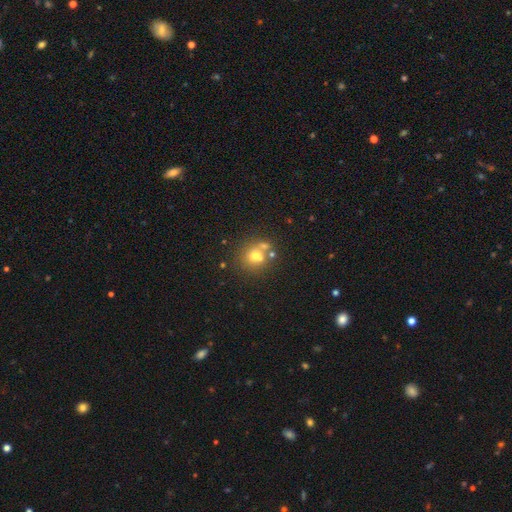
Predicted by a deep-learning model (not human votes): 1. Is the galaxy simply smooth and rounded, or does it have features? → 64% smooth, 20% featured or disk, 16% star or artifact.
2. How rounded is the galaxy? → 83% round, 16% in between, 1% cigar-shaped.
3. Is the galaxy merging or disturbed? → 53% none, 31% merger, 11% minor disturbance, 5% major disturbance.